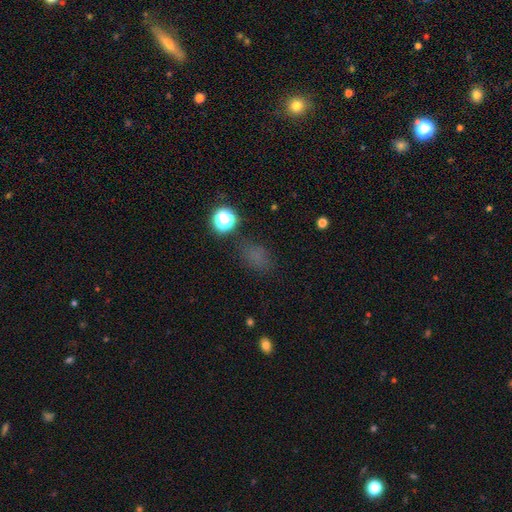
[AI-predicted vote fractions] A smooth galaxy with no disk features (63%) that is in between round and cigar-shaped (63%).

Vote fractions:
- Smooth or featured? smooth: 63% / star or artifact: 29% / featured or disk: 8%
- How rounded? in between: 63% / round: 35% / cigar-shaped: 3%
- Merging? none: 71% / minor disturbance: 17% / major disturbance: 8% / merger: 3%